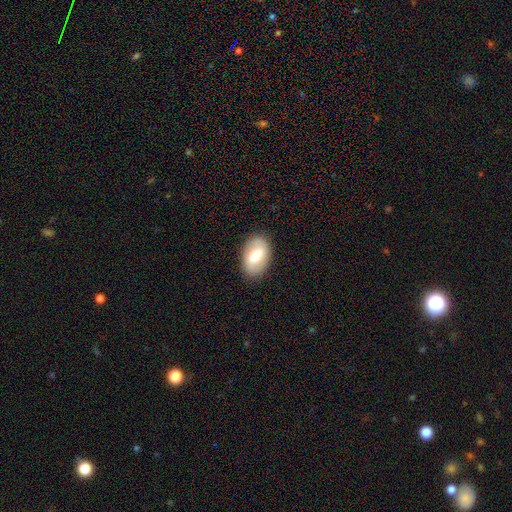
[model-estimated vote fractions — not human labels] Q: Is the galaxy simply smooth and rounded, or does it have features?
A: smooth — 61%.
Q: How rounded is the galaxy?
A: in between — 91%.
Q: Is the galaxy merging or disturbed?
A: none — 85%.